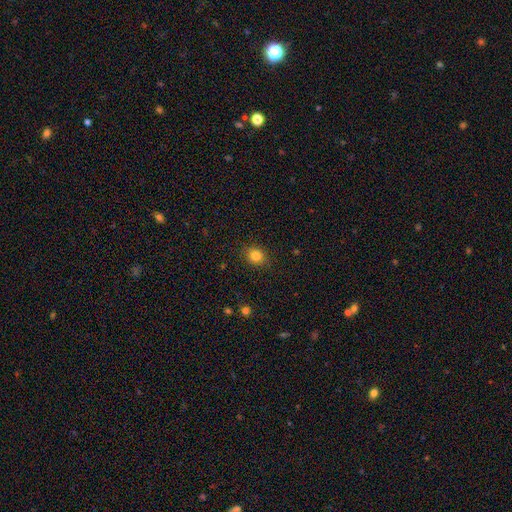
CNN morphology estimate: Overall: smooth (83%). How rounded: round (69%; in between 30%). Merging: none (88%).